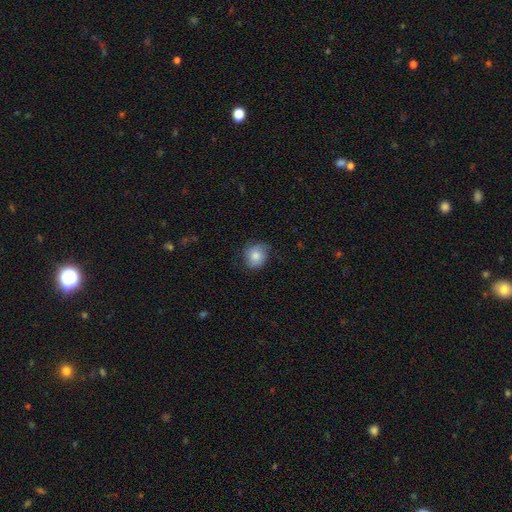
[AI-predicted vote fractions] This is likely a smooth galaxy (75%). How rounded: likely round (64%). Merging: likely none (67%).